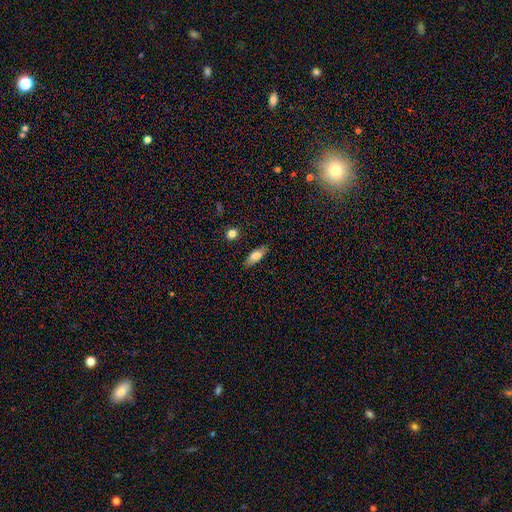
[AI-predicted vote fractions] smooth 76%, featured or disk 17%, star or artifact 7%. Down the decision tree: how rounded — in between (69%); merging — none (84%).